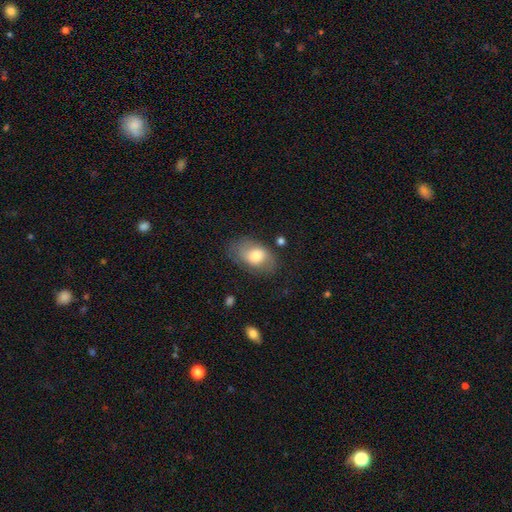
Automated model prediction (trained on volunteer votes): Smooth or featured? Predicted: smooth (p=0.68). How rounded? Predicted: in between (p=0.88). Merging? Predicted: none (p=0.67).